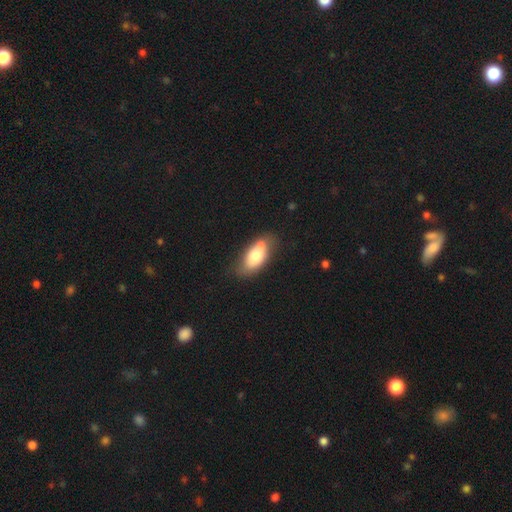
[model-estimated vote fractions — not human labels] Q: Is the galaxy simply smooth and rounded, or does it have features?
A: smooth — 70%.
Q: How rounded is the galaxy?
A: in between — 89%.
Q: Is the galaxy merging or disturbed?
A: none — 60%.